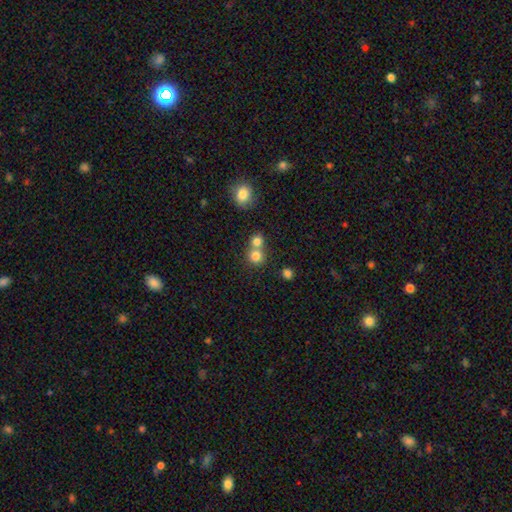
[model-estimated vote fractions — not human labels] smooth_or_featured: smooth (p=0.78) [alt: star or artifact p=0.13]
how_rounded: round (p=0.88) [alt: in between p=0.11]
merging: merger (p=0.48) [alt: none p=0.45]